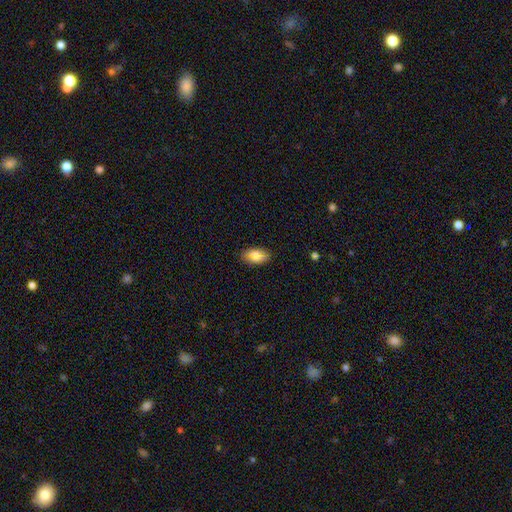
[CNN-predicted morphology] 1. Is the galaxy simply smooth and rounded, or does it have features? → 78% smooth, 11% featured or disk, 11% star or artifact.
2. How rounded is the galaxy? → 91% in between, 5% cigar-shaped, 4% round.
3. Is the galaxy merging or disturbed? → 83% none, 12% minor disturbance, 3% major disturbance, 2% merger.